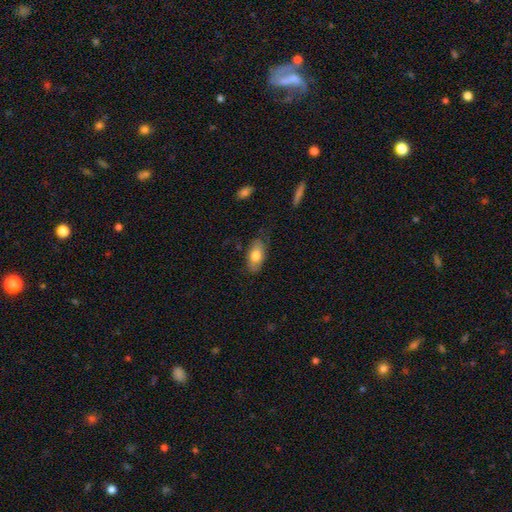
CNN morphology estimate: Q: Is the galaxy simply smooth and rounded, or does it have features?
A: smooth — 76%.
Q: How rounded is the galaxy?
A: in between — 90%.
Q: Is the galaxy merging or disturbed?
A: none — 75%.